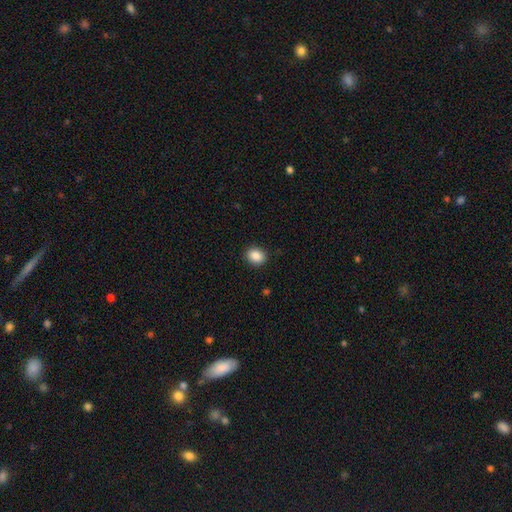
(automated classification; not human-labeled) A smooth galaxy with no disk features (88%) that is round (54%). Merging: none (89%).